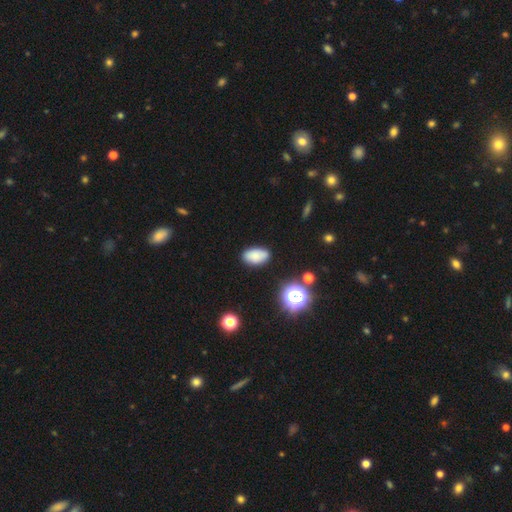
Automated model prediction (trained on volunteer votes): smooth-or-featured: smooth: 82% | star or artifact: 11% | featured or disk: 6%
  how-rounded: in between: 92% | round: 6% | cigar-shaped: 2%
  merging: none: 84% | minor disturbance: 11% | major disturbance: 3% | merger: 2%